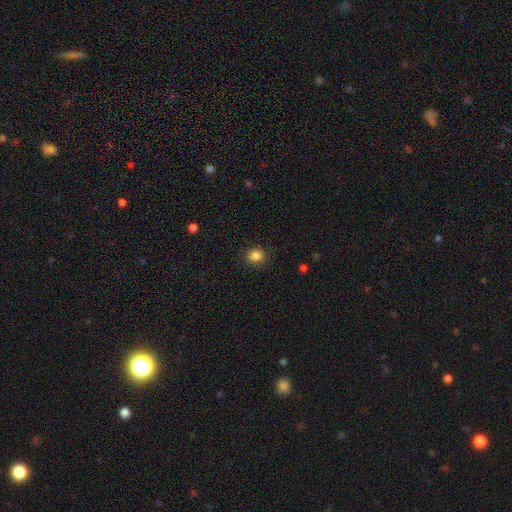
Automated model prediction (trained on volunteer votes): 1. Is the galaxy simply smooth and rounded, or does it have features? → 84% smooth, 11% star or artifact, 5% featured or disk.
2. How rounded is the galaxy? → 78% round, 21% in between, 1% cigar-shaped.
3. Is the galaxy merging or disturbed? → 89% none, 8% minor disturbance, 2% major disturbance, 1% merger.